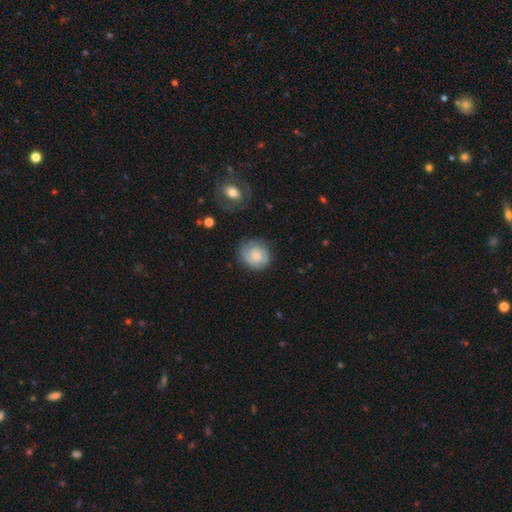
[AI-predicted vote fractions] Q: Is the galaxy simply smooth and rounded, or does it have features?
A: smooth — 63%.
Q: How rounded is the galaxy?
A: round — 77%.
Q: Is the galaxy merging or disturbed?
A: none — 68%.